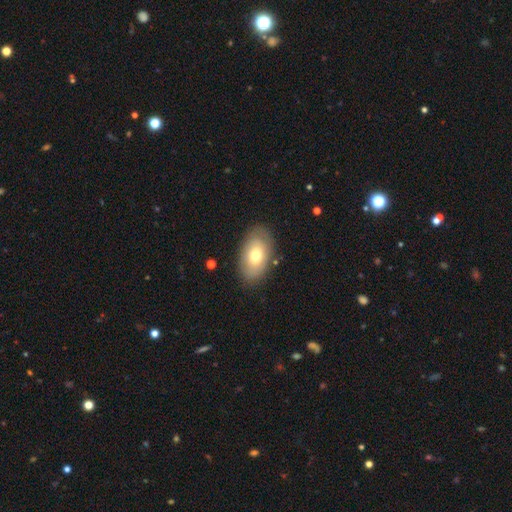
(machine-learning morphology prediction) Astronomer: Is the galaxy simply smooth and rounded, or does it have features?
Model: smooth — 68%.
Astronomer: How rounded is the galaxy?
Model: in between — 91%.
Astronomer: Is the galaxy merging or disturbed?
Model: none — 82%.